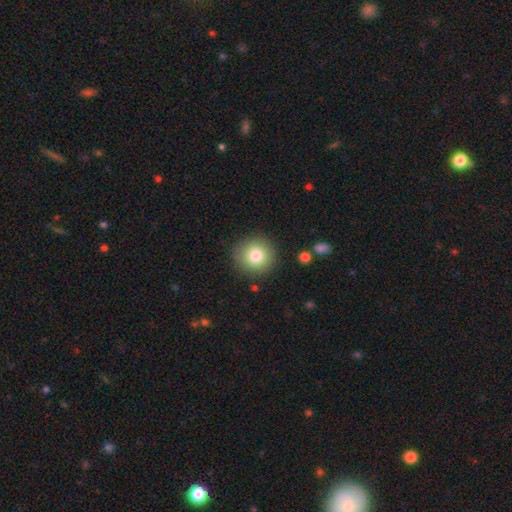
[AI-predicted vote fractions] Morphology: type=smooth (80%); roundness=round (94%); merging=none (88%).